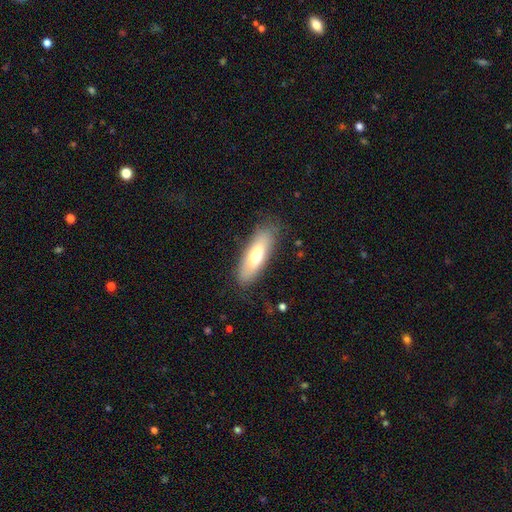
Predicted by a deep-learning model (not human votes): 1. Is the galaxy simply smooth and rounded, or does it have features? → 66% smooth, 27% featured or disk, 7% star or artifact.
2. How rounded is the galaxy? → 58% in between, 40% cigar-shaped, 2% round.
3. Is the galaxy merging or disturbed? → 81% none, 13% minor disturbance, 4% major disturbance, 1% merger.